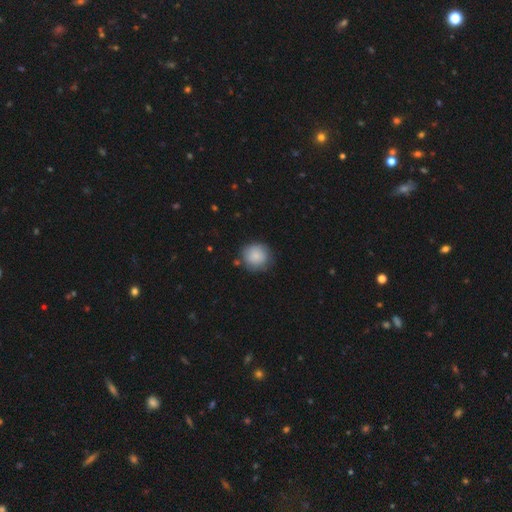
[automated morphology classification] This is clearly a smooth galaxy (86%). How rounded: clearly round (91%). Merging: likely none (79%).